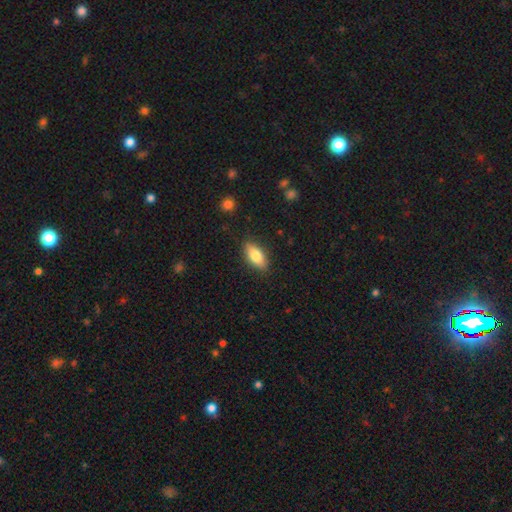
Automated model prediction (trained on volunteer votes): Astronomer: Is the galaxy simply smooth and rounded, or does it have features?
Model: smooth — 80%.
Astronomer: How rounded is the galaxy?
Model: in between — 84%.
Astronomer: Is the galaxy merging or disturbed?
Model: none — 86%.